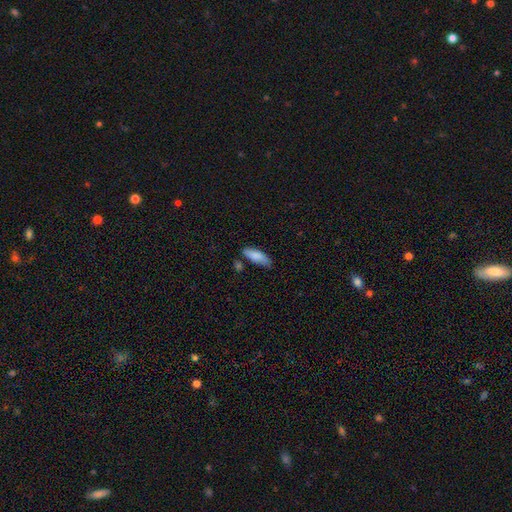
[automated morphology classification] Smooth or featured? smooth (84%)
How rounded? in between (67%)
Merging? none (67%)